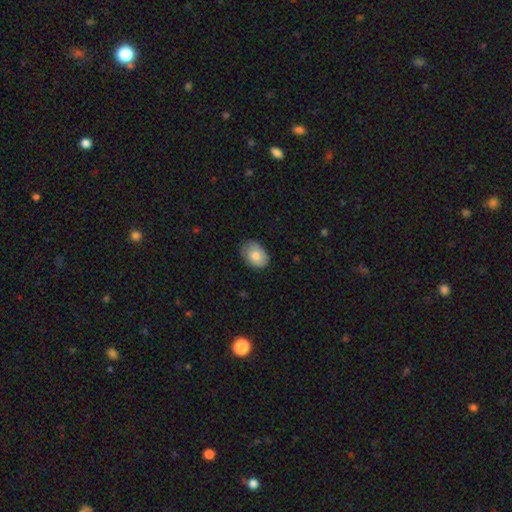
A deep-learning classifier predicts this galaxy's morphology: Smooth or featured?
  - smooth: 80% *
  - featured or disk: 13%
  - star or artifact: 7%
How rounded?
  - in between: 81% *
  - round: 18%
  - cigar-shaped: 1%
Merging?
  - none: 73% *
  - minor disturbance: 22%
  - major disturbance: 4%
  - merger: 1%